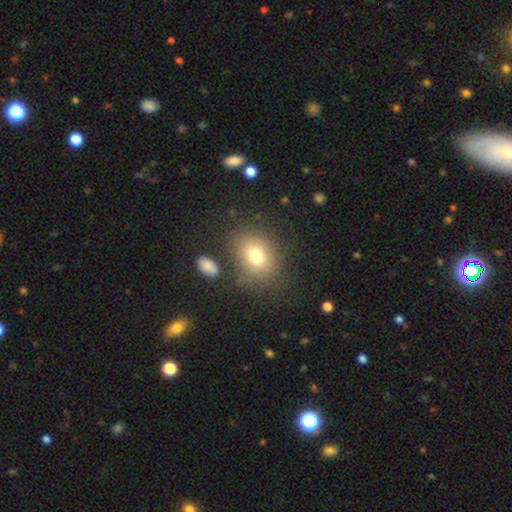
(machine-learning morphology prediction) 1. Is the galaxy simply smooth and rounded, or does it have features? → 76% smooth, 13% star or artifact, 12% featured or disk.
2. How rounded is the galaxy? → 58% round, 41% in between, 1% cigar-shaped.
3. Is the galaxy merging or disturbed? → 79% none, 12% minor disturbance, 5% major disturbance, 4% merger.